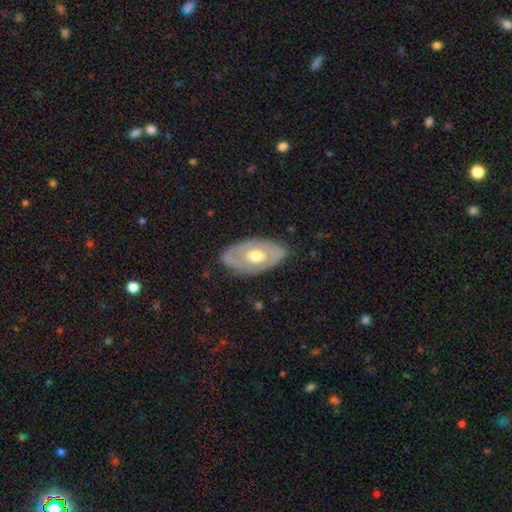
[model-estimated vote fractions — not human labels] smooth_or_featured: featured or disk (p=0.59) [alt: smooth p=0.37]
disk_edge_on: no (p=0.88) [alt: yes p=0.12]
bar: no (p=0.84) [alt: weak p=0.13]
has_spiral_arms: no (p=0.81) [alt: yes p=0.19]
bulge_size: moderate (p=0.69) [alt: large p=0.22]
merging: none (p=0.78) [alt: minor disturbance p=0.16]